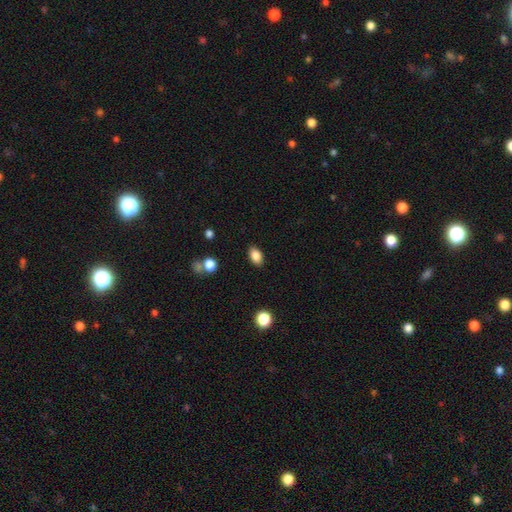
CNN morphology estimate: Smooth or featured? Predicted: smooth (p=0.85). How rounded? Predicted: in between (p=0.88). Merging? Predicted: none (p=0.87).